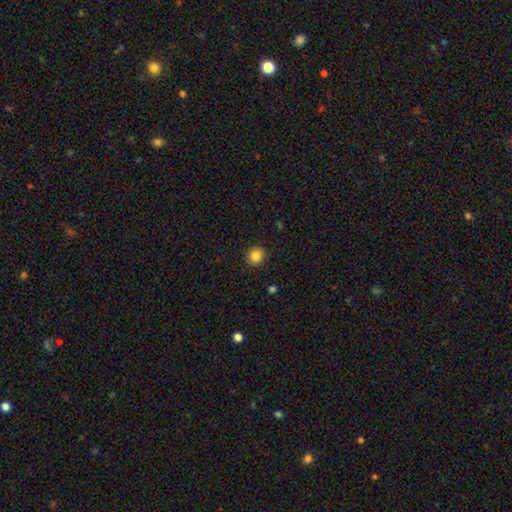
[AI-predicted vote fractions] Morphology: type=smooth (84%); roundness=round (85%); merging=none (91%).